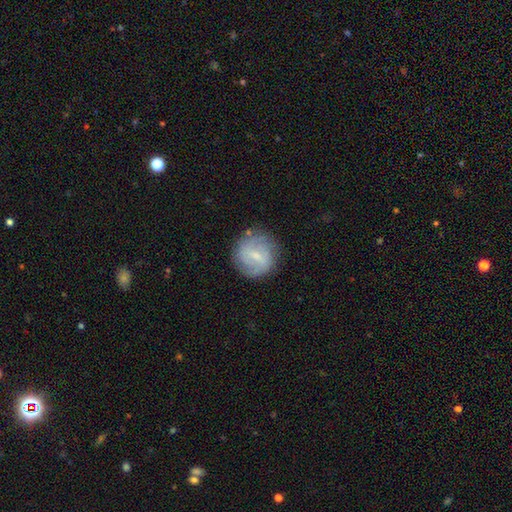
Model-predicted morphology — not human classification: A featured or disk galaxy (55%) with a weak bar (61%), spiral arms (78%) and a small central bulge (53%).

Vote fractions:
- Smooth or featured? featured or disk: 55% / smooth: 38% / star or artifact: 7%
- Edge-on disk? no: 97% / yes: 3%
- Bar? weak: 61% / strong: 20% / no: 19%
- Spiral arms? yes: 78% / no: 22%
- Bulge size? small: 53% / moderate: 30% / none: 14% / large: 2% / dominant: 1%
- Merging? none: 77% / minor disturbance: 15% / major disturbance: 6% / merger: 2%